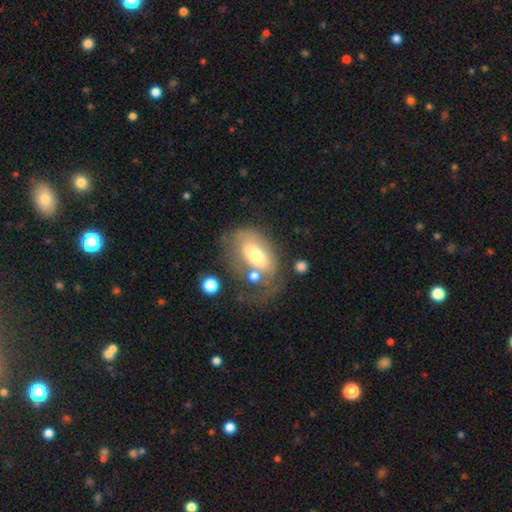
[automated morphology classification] smooth_or_featured: smooth (p=0.53) [alt: featured or disk p=0.40]
how_rounded: in between (p=0.86) [alt: round p=0.10]
merging: major disturbance (p=0.32) [tied with: none p=0.32]